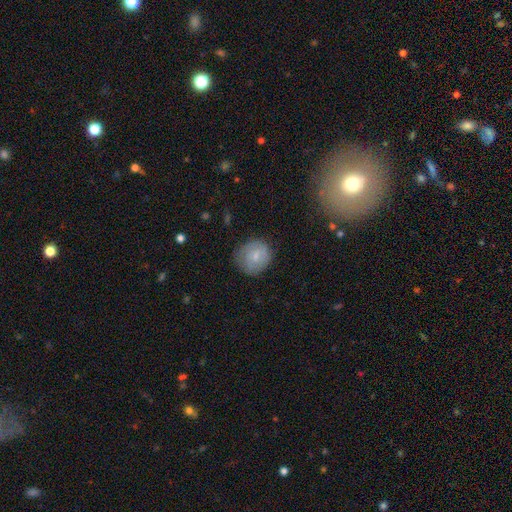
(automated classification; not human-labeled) Overall: smooth (67%). How rounded: round (82%). Merging: none (71%).